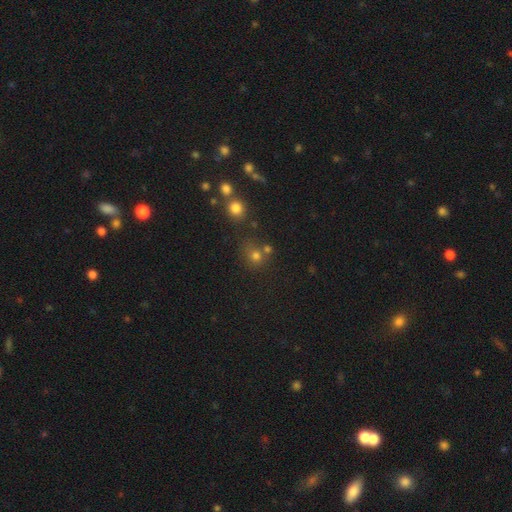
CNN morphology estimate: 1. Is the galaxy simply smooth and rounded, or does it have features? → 69% smooth, 22% star or artifact, 9% featured or disk.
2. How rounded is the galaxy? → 81% round, 18% in between, 1% cigar-shaped.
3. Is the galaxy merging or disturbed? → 58% none, 25% merger, 11% minor disturbance, 5% major disturbance.